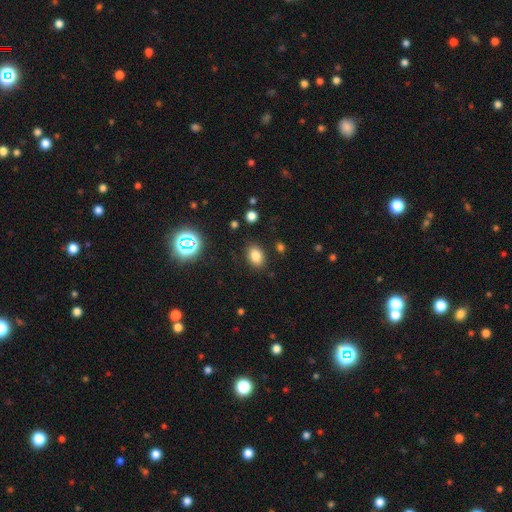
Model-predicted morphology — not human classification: A smooth galaxy with no disk features (80%) that is in between round and cigar-shaped (79%). Merging: none (86%).